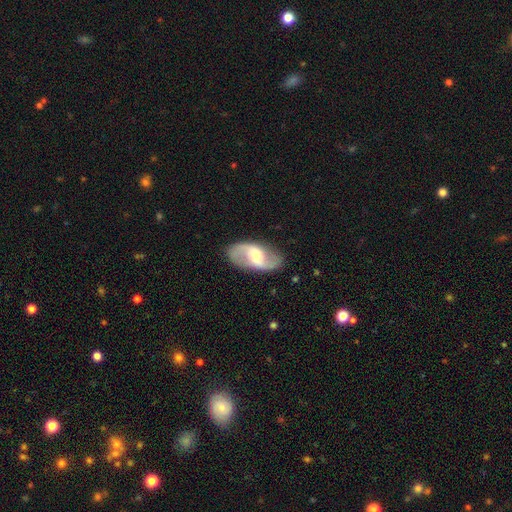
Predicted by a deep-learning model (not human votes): Q: Smooth or featured?
A: featured or disk (82%); runner-up: smooth (14%)
Q: Edge-on disk?
A: no (96%); runner-up: yes (4%)
Q: Bar?
A: weak (51%); runner-up: strong (24%)
Q: Spiral arms?
A: yes (94%); runner-up: no (6%)
Q: Spiral winding?
A: loose (60%); runner-up: medium (32%)
Q: Spiral arm count?
A: 2 (93%); runner-up: can't tell (3%)
Q: Bulge size?
A: moderate (52%); runner-up: small (32%)
Q: Merging?
A: none (84%); runner-up: minor disturbance (11%)